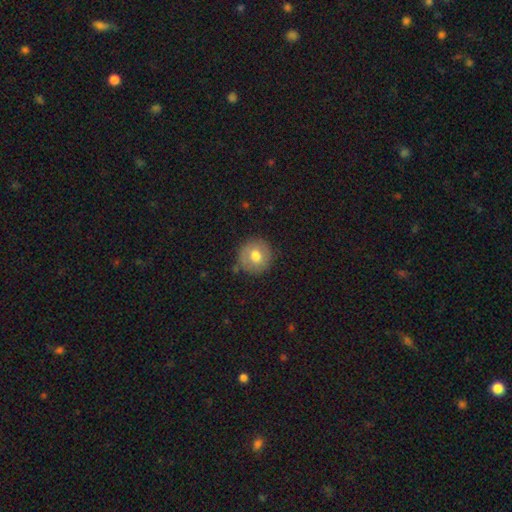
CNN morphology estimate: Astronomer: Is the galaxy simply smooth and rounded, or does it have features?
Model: smooth — 73%.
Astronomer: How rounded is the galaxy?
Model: round — 93%.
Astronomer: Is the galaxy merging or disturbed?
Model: none — 83%.